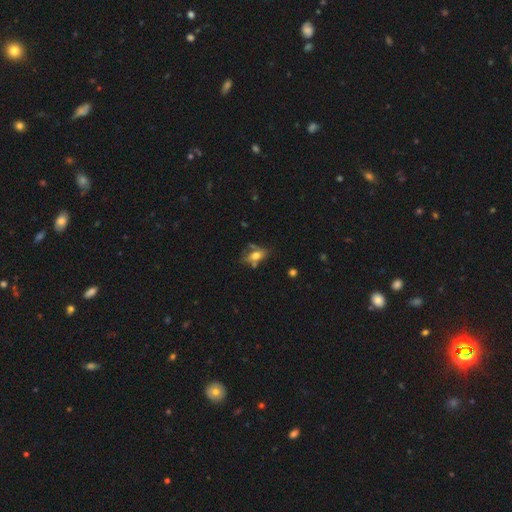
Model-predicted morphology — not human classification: type=smooth (58%); roundness=in between (81%); merging=none (43%).